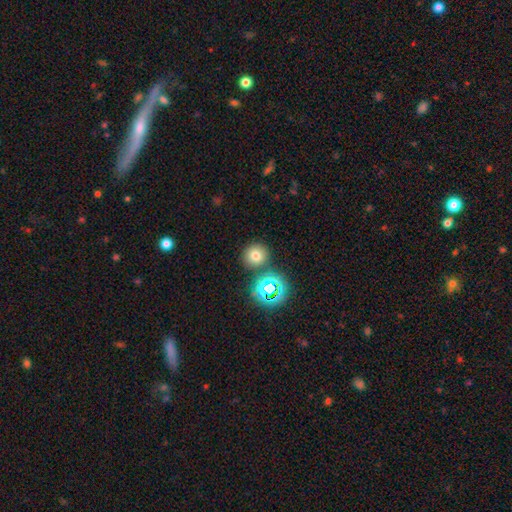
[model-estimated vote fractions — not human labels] Morphology: type=smooth (69%); roundness=round (90%); merging=none (80%).